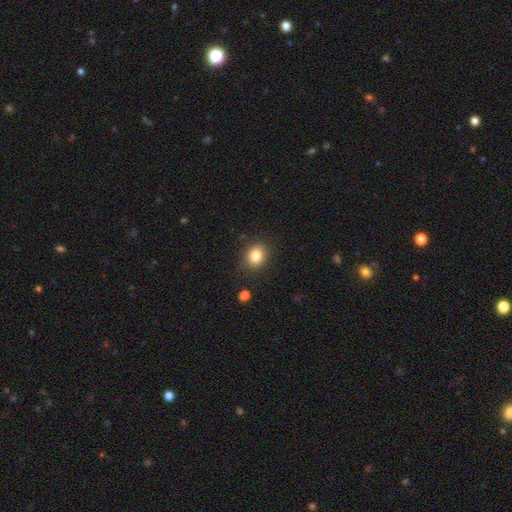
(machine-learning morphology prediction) The model was most divided on "how rounded": round: 62%, in between: 38%, cigar-shaped: 1%. More confident: merging — none (86%); smooth or featured — smooth (83%).